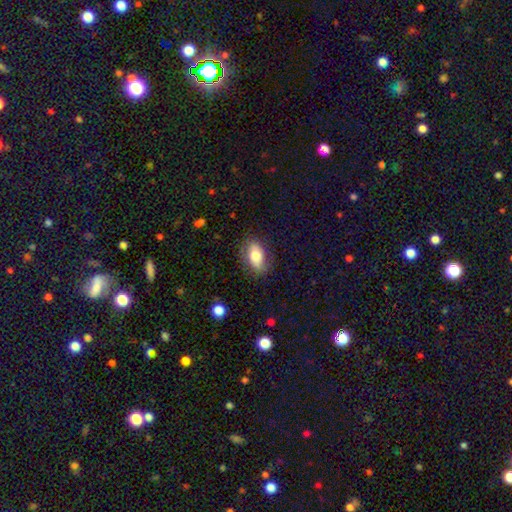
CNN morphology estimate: smooth 69%, featured or disk 24%, star or artifact 7%. Down the decision tree: how rounded — in between (87%); merging — none (77%).